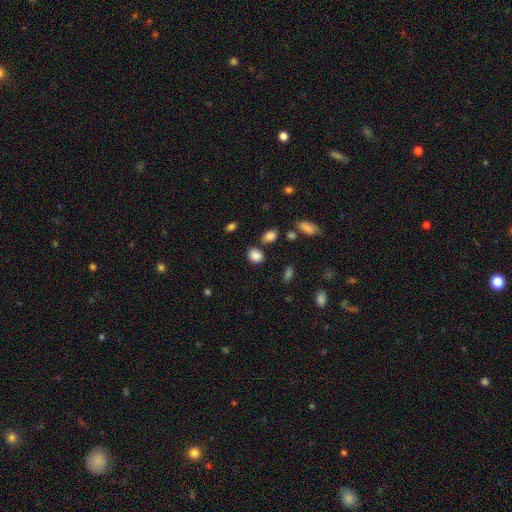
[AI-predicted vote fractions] A smooth galaxy with no disk features (85%) that is round (59%). Merging: none (75%).